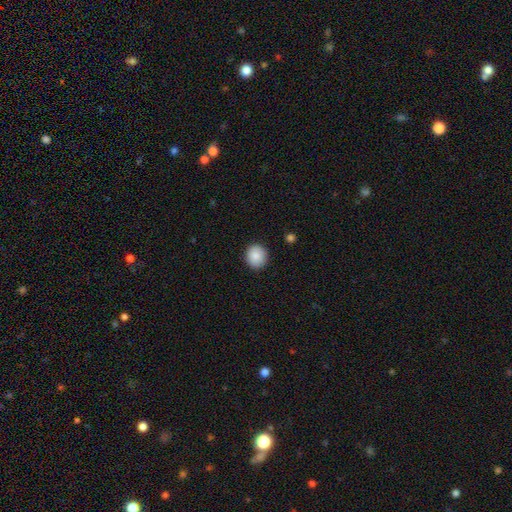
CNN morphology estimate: A smooth galaxy with no disk features (86%) that is round (83%).

Vote fractions:
- Smooth or featured? smooth: 86% / star or artifact: 8% / featured or disk: 6%
- How rounded? round: 83% / in between: 16% / cigar-shaped: 1%
- Merging? none: 91% / minor disturbance: 7% / major disturbance: 2% / merger: 1%